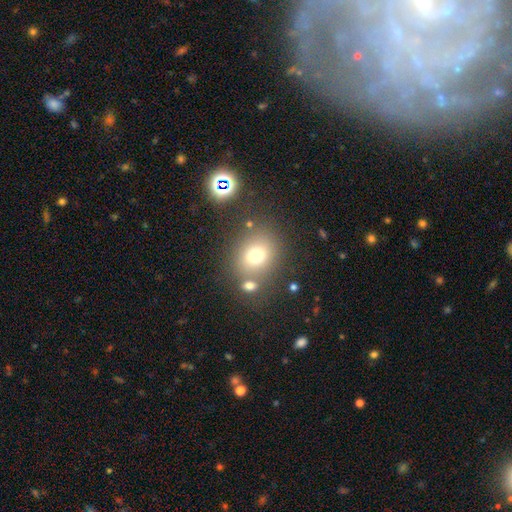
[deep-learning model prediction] A smooth galaxy with no disk features (73%) that is round (64%).

Vote fractions:
- Smooth or featured? smooth: 73% / star or artifact: 15% / featured or disk: 12%
- How rounded? round: 64% / in between: 35% / cigar-shaped: 1%
- Merging? none: 68% / merger: 15% / minor disturbance: 12% / major disturbance: 5%